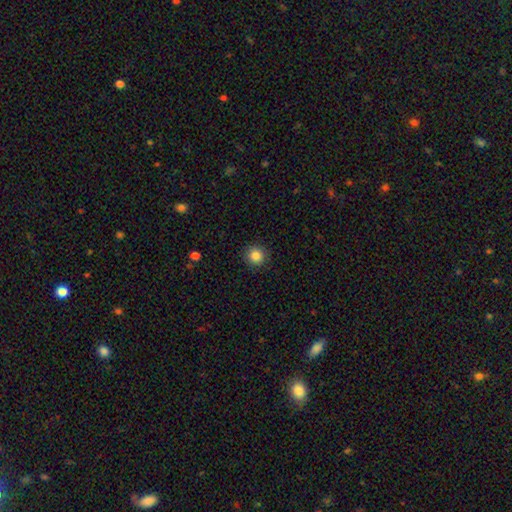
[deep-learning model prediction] Smooth or featured: smooth — 86% (star or artifact — 10%)
How rounded: round — 94% (in between — 5%)
Merging: none — 91% (minor disturbance — 6%)